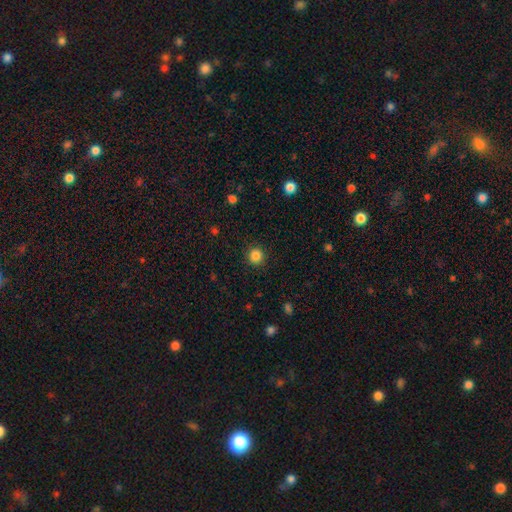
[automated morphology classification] A smooth galaxy with no disk features (84%) that is round (94%).

Vote fractions:
- Smooth or featured? smooth: 84% / star or artifact: 12% / featured or disk: 4%
- How rounded? round: 94% / in between: 5% / cigar-shaped: 1%
- Merging? none: 91% / minor disturbance: 6% / major disturbance: 2% / merger: 1%